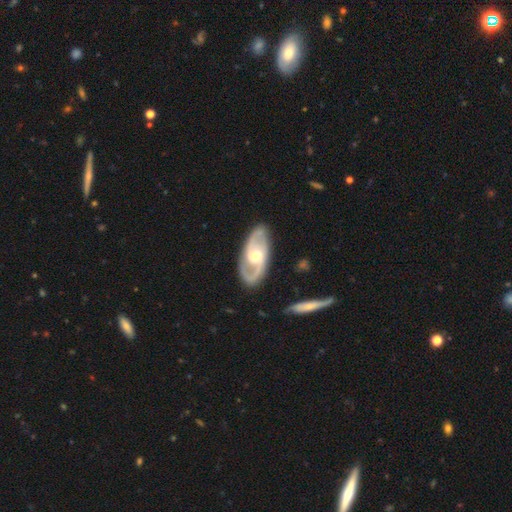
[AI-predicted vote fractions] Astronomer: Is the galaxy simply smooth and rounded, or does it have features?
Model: featured or disk — 86%.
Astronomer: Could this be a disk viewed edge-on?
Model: no — 94%.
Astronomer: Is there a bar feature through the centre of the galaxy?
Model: no — 48% (runner-up: weak, 41%).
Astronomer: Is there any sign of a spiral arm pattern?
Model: yes — 95%.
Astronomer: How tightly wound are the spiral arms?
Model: medium — 54%.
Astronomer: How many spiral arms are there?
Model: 2 — 90%.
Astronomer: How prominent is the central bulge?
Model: moderate — 64%.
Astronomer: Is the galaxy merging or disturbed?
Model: none — 83%.